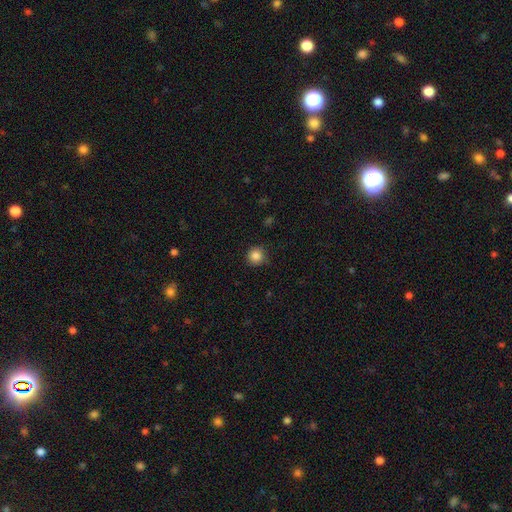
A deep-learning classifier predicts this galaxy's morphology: Smooth or featured?
  - smooth: 85% *
  - star or artifact: 11%
  - featured or disk: 4%
How rounded?
  - round: 94% *
  - in between: 6%
  - cigar-shaped: 1%
Merging?
  - none: 85% *
  - minor disturbance: 11%
  - major disturbance: 2%
  - merger: 1%